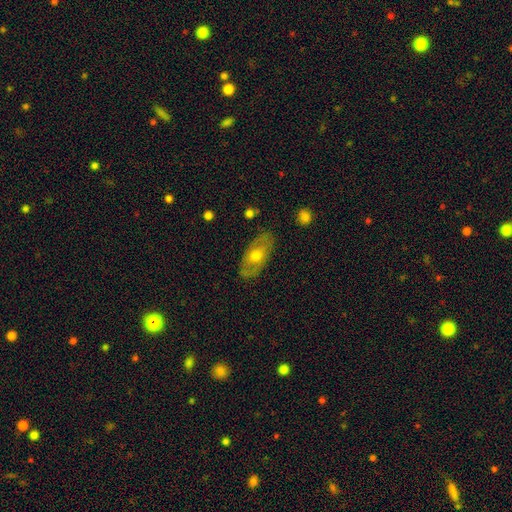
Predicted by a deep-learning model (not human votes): This appears to be a smooth galaxy with no disk features (48%). Merging: none (82%).